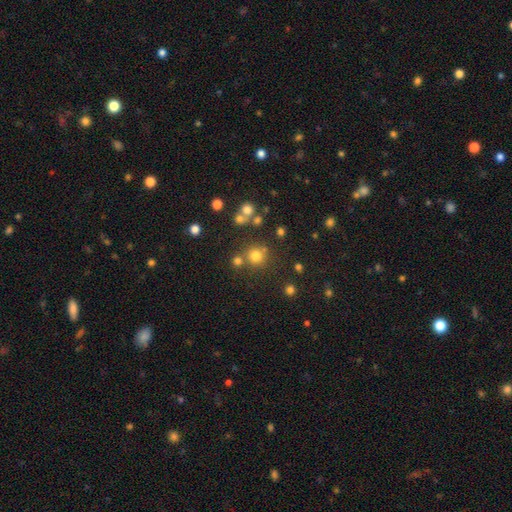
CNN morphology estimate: smooth_or_featured: smooth (p=0.74) [alt: star or artifact p=0.18]
how_rounded: round (p=0.92) [alt: in between p=0.07]
merging: none (p=0.74) [alt: merger p=0.14]